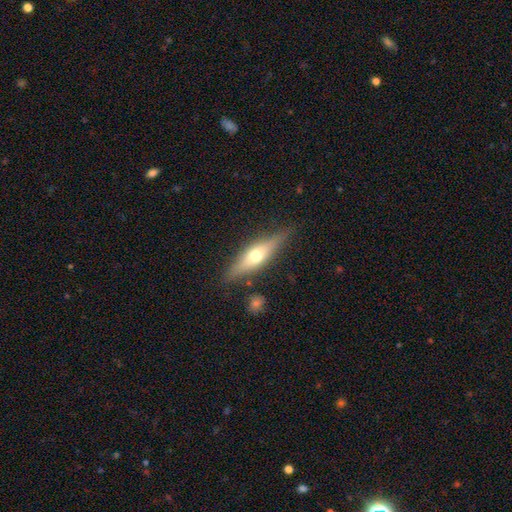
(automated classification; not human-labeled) Smooth or featured?
  - featured or disk: 52% *
  - smooth: 41%
  - star or artifact: 6%
Edge-on disk?
  - yes: 89% *
  - no: 11%
Merging?
  - none: 82% *
  - minor disturbance: 13%
  - major disturbance: 3%
  - merger: 3%